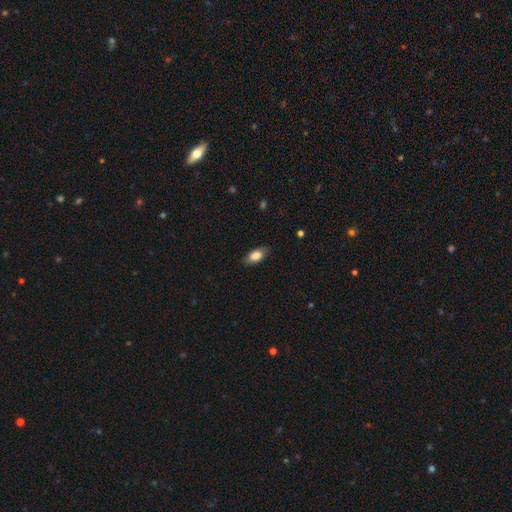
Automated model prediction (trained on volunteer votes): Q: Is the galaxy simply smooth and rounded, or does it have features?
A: smooth — 80%.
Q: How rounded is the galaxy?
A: in between — 87%.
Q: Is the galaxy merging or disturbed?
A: none — 82%.